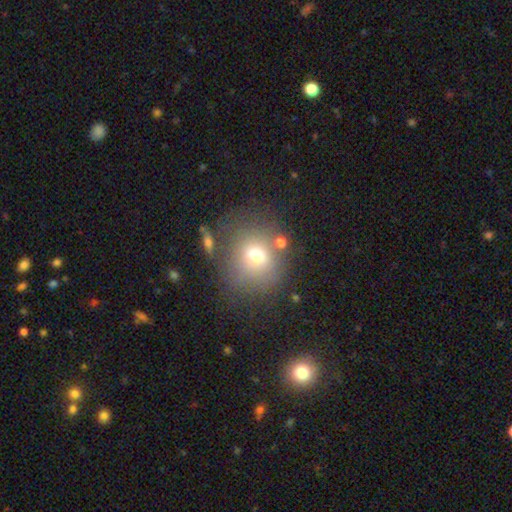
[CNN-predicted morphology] Overall: smooth (71%). How rounded: round (80%). Merging: none (69%).